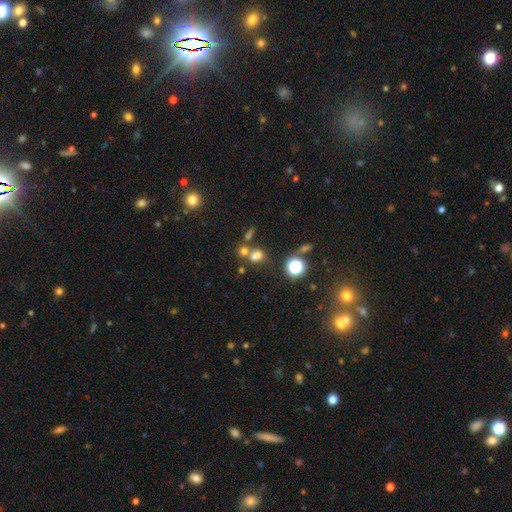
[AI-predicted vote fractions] Morphology: type=smooth (65%); roundness=round (55%); merging=none (46%).